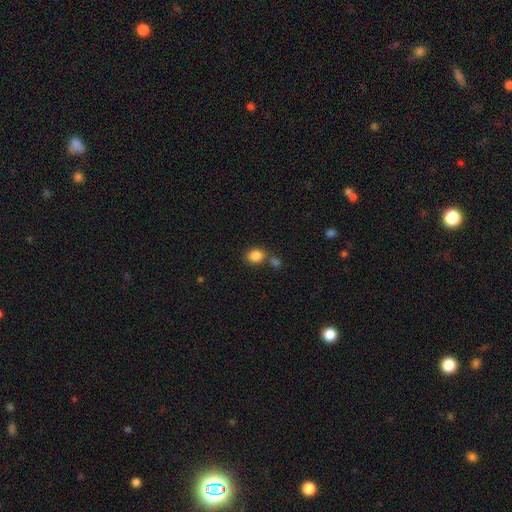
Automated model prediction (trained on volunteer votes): smooth 86%, star or artifact 10%, featured or disk 5%. Down the decision tree: how rounded — round (56%); merging — none (61%).